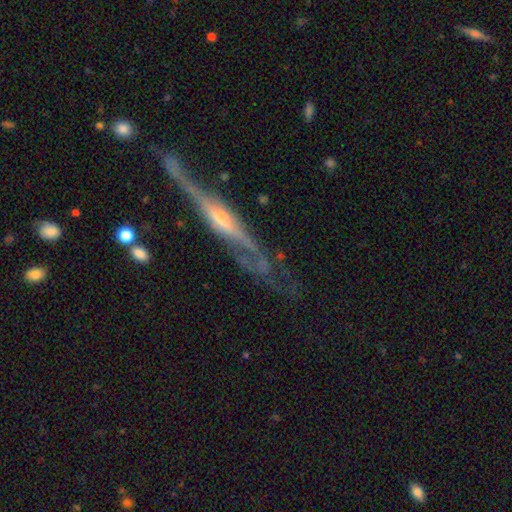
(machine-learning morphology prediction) A featured or disk galaxy (82%) viewed edge-on (84%) with a rounded central bulge (77%). Merging: none (60%).